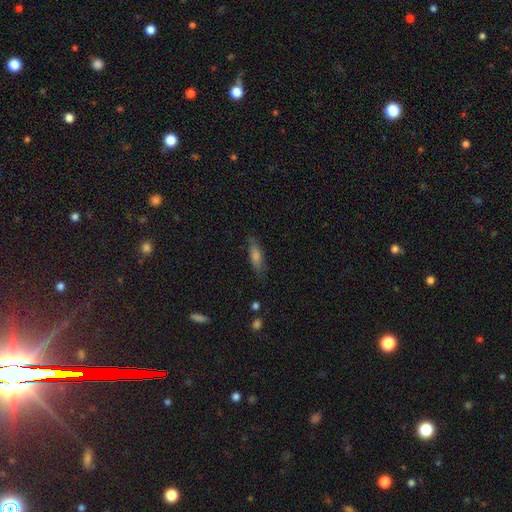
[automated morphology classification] This appears to be a smooth galaxy with no disk features (63%) that is cigar-shaped (57%). Merging: none (77%).